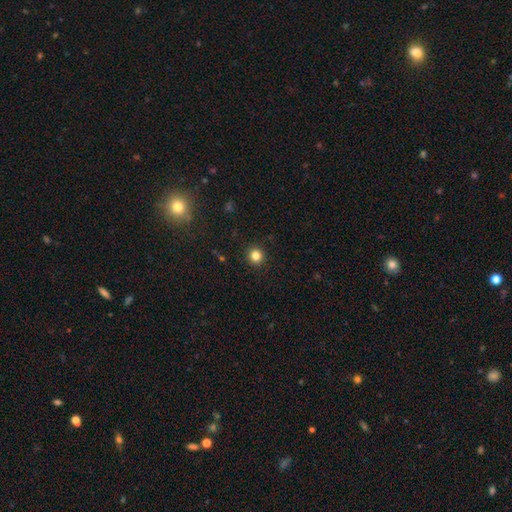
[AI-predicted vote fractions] A smooth galaxy with no disk features (83%) that is round (92%).

Vote fractions:
- Smooth or featured? smooth: 83% / star or artifact: 12% / featured or disk: 4%
- How rounded? round: 92% / in between: 7% / cigar-shaped: 1%
- Merging? none: 92% / minor disturbance: 5% / major disturbance: 2% / merger: 1%